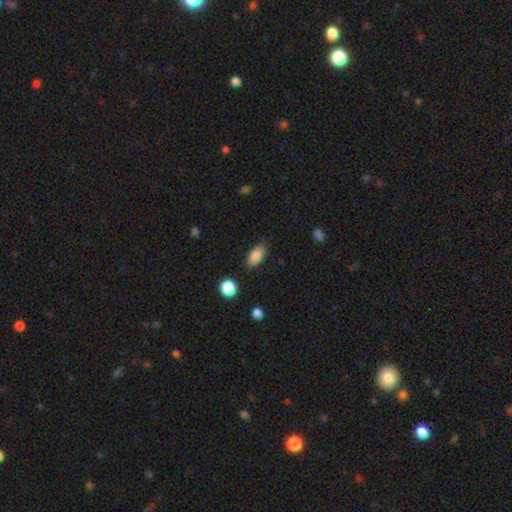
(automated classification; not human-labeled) Q: Smooth or featured?
A: smooth (86%); runner-up: star or artifact (8%)
Q: How rounded?
A: in between (87%); runner-up: cigar-shaped (8%)
Q: Merging?
A: none (80%); runner-up: minor disturbance (15%)